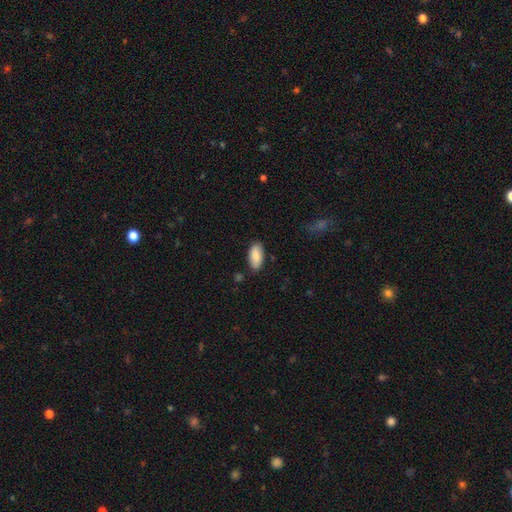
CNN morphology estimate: Overall: smooth (86%). How rounded: in between (92%). Merging: none (84%).